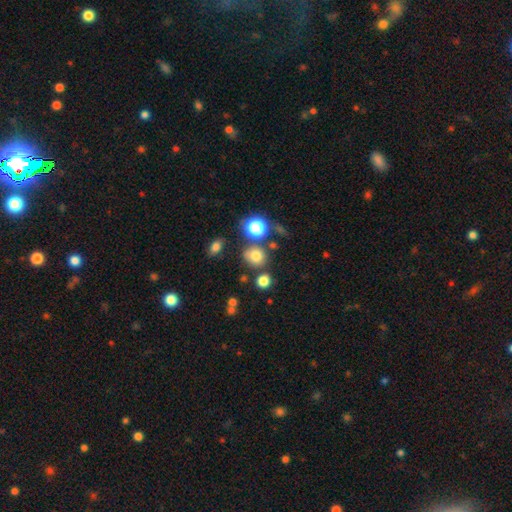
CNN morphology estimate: A smooth galaxy with no disk features (75%) that is round (81%). Merging: none (72%).